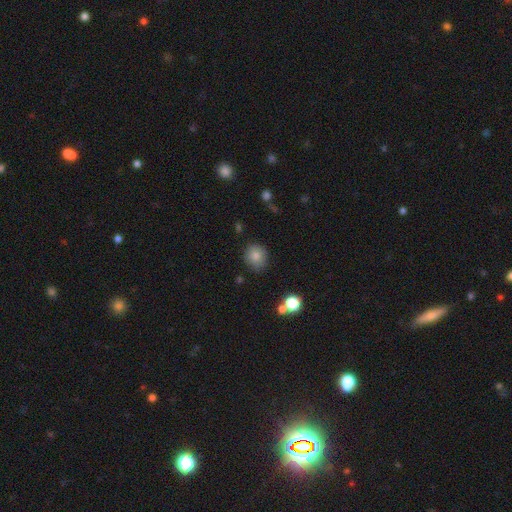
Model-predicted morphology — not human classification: smooth 84%, star or artifact 10%, featured or disk 6%. Down the decision tree: how rounded — round (81%); merging — none (80%).